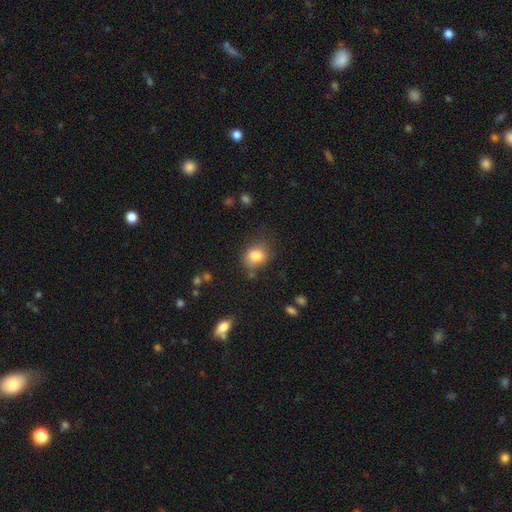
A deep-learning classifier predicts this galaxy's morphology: Smooth or featured? Predicted: smooth (p=0.83). How rounded? Predicted: round (p=0.53). Merging? Predicted: none (p=0.67).